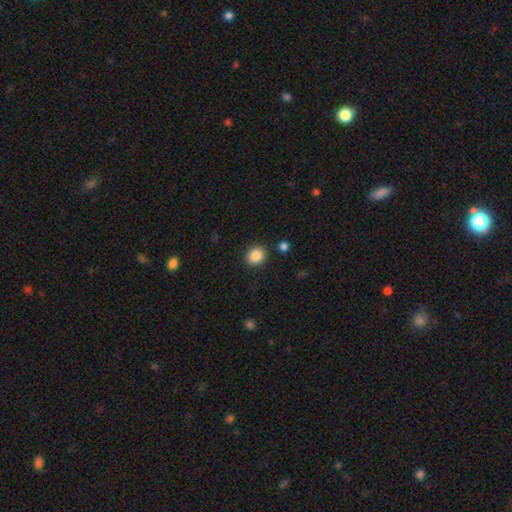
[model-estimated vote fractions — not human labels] This appears to be a smooth galaxy with no disk features (87%) that is round (75%). Merging: none (88%).